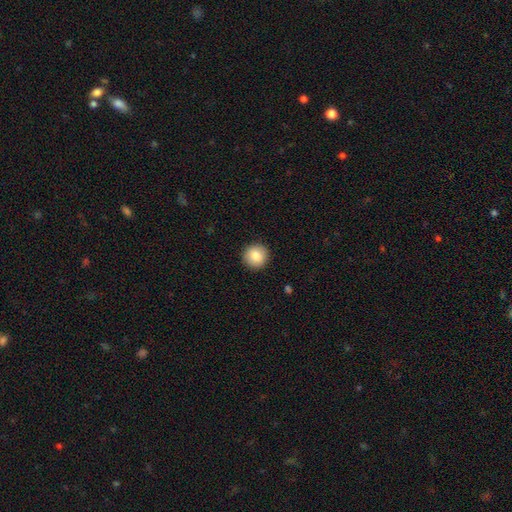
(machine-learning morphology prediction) A smooth galaxy with no disk features (85%) that is round (94%). Merging: none (92%).